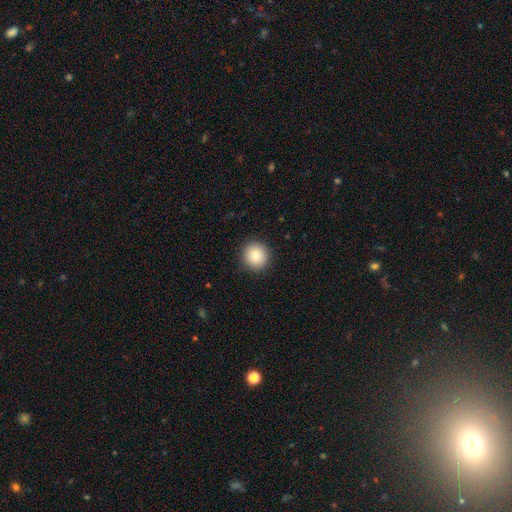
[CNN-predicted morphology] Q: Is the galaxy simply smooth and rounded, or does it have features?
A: smooth — 86%.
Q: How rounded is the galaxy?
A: round — 93%.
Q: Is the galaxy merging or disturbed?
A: none — 91%.